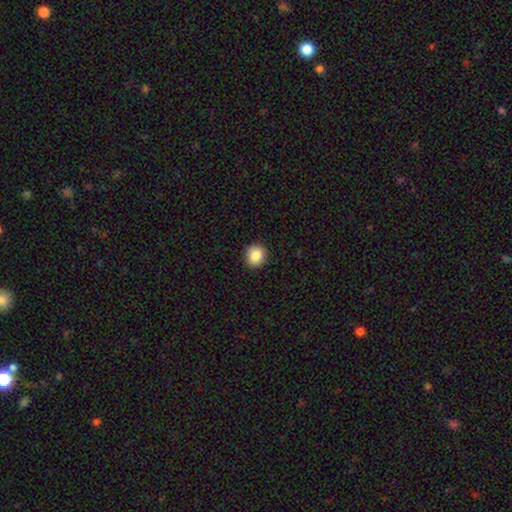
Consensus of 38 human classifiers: This is clearly a smooth galaxy (89%). How rounded: likely round (76%). Merging: clearly none (95%).